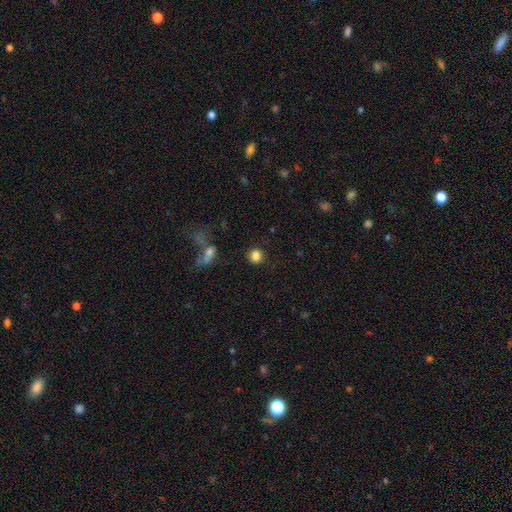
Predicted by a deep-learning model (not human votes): This appears to be a smooth galaxy with no disk features (84%) that is round (87%). Merging: none (88%).